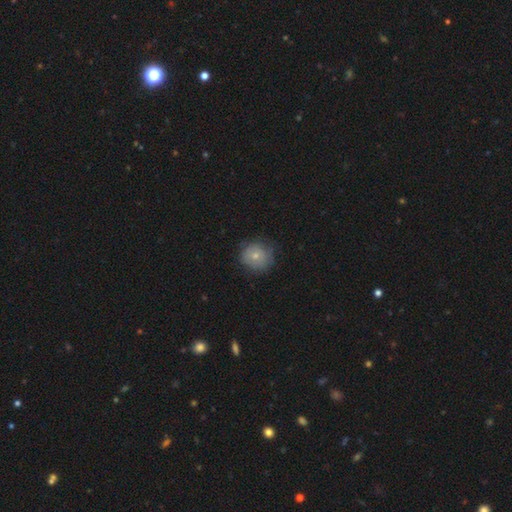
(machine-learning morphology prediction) The model was most divided on "merging": none: 73%, minor disturbance: 20%, major disturbance: 6%, merger: 1%. More confident: how rounded — round (87%); smooth or featured — smooth (73%).